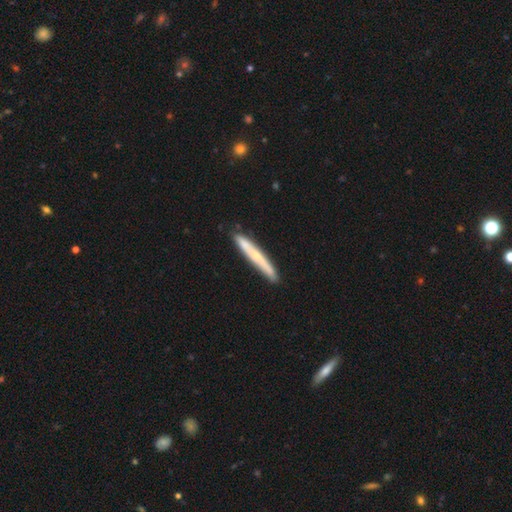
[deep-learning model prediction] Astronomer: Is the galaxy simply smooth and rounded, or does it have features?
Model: smooth — 50% (runner-up: featured or disk, 44%).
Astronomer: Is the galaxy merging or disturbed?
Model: none — 82%.